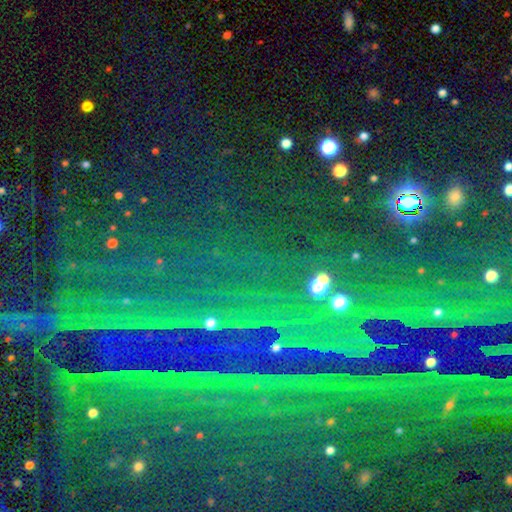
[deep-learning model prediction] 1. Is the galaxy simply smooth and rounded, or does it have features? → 84% star or artifact, 9% smooth, 7% featured or disk.